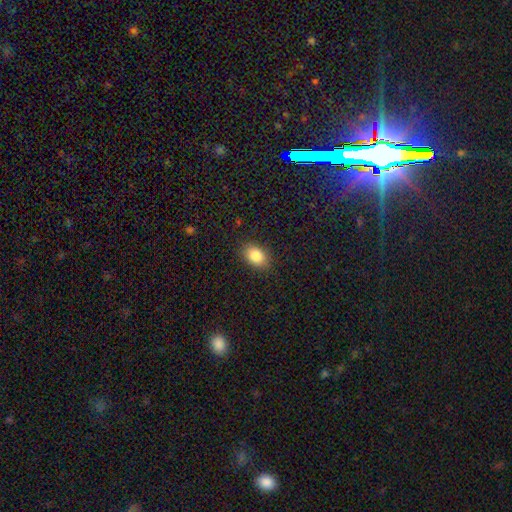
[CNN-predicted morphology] Q: Smooth or featured?
A: smooth (85%); runner-up: star or artifact (9%)
Q: How rounded?
A: in between (79%); runner-up: round (20%)
Q: Merging?
A: none (87%); runner-up: minor disturbance (10%)